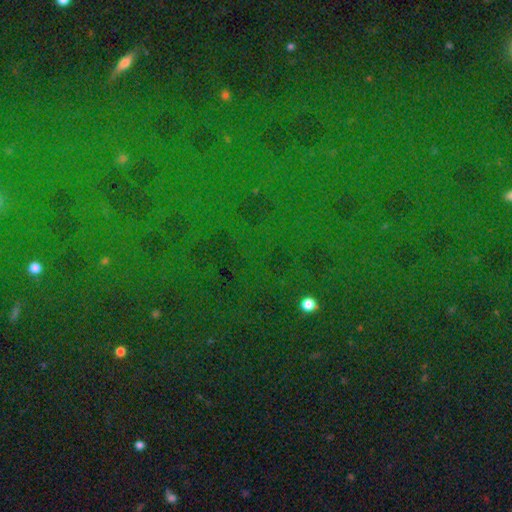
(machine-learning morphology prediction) Smooth or featured?
  - star or artifact: 81% *
  - smooth: 11%
  - featured or disk: 8%